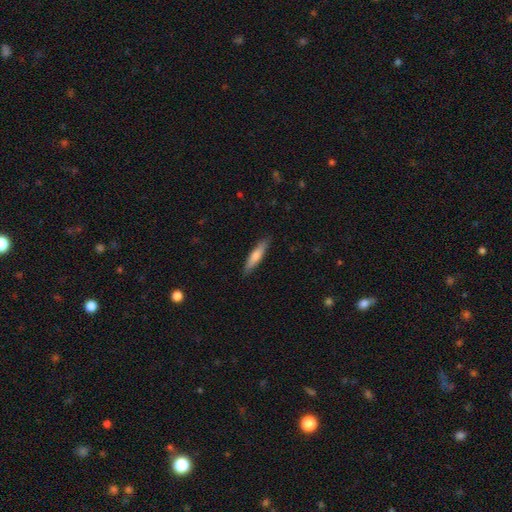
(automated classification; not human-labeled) This is likely a smooth galaxy (64%). How rounded: clearly cigar-shaped (85%). Merging: clearly none (89%).